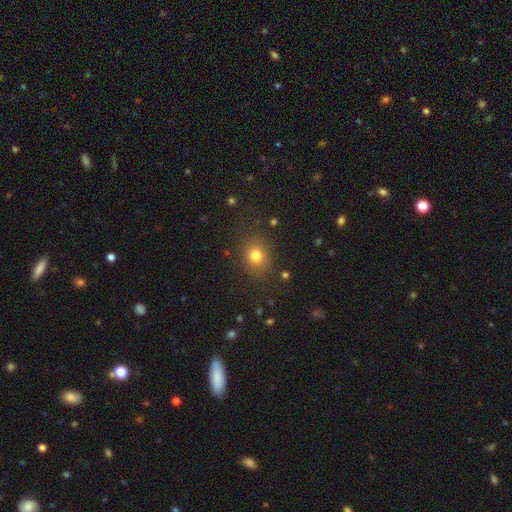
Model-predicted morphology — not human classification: smooth 78%, star or artifact 15%, featured or disk 7%. Down the decision tree: how rounded — round (68%); merging — none (83%).